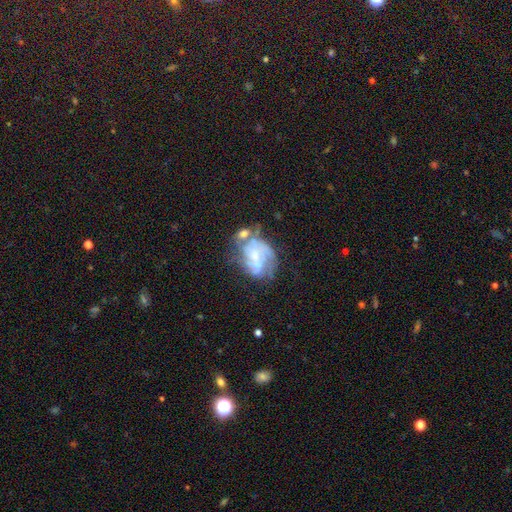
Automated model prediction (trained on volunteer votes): This appears to be a featured or disk galaxy (72%) with no bar (50%), medium (41%) spiral arms (80%) and a small central bulge (55%). Merging: none (36%).